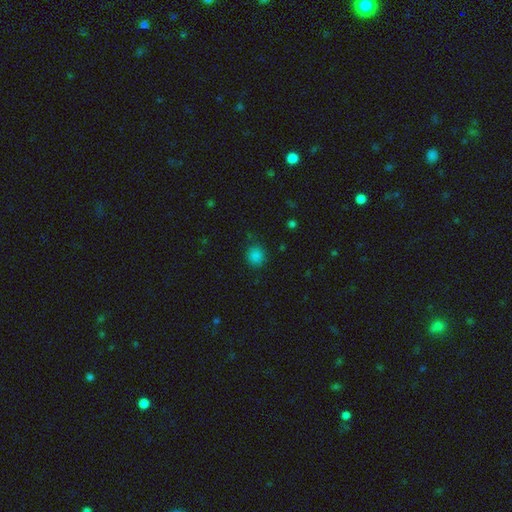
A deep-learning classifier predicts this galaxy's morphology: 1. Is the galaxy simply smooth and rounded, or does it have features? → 84% smooth, 13% star or artifact, 3% featured or disk.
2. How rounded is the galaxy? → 87% round, 12% in between, 1% cigar-shaped.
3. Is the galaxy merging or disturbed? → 86% none, 10% minor disturbance, 3% major disturbance, 1% merger.